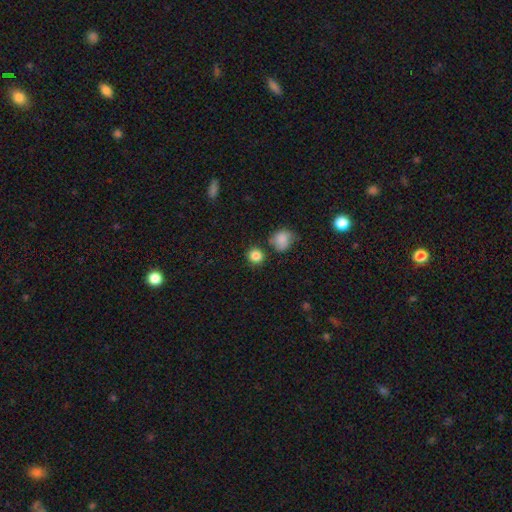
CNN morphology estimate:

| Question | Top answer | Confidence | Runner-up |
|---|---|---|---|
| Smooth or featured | smooth | 85% | star or artifact (10%) |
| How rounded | round | 88% | in between (11%) |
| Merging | none | 79% | minor disturbance (10%) |